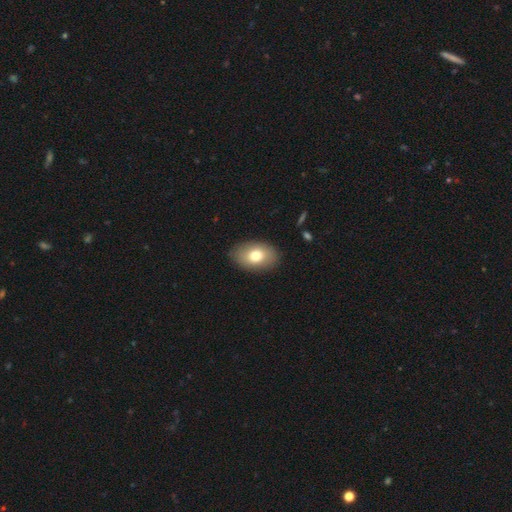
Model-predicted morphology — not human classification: Smooth or featured? smooth (76%)
How rounded? in between (87%)
Merging? none (86%)